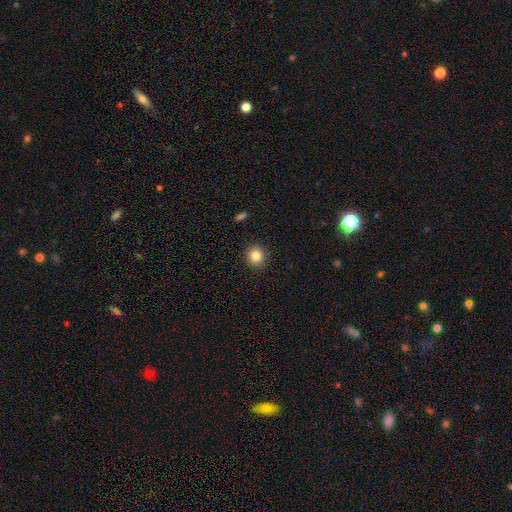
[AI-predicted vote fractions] A smooth galaxy with no disk features (84%) that is round (87%). Merging: none (91%).